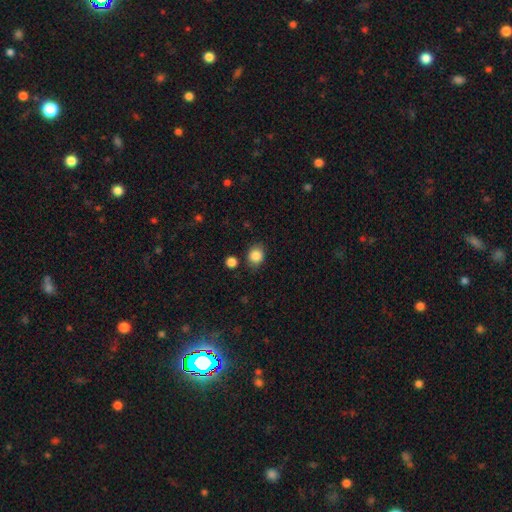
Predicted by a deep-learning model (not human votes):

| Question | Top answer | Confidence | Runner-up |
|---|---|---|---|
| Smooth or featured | smooth | 86% | star or artifact (9%) |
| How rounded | round | 64% | in between (35%) |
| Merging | none | 78% | minor disturbance (14%) |